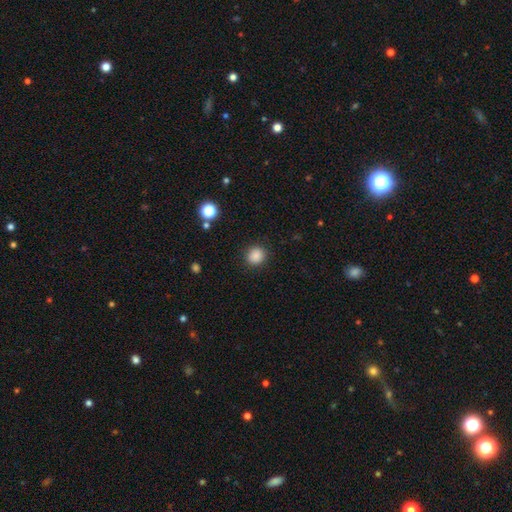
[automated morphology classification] A smooth galaxy with no disk features (87%) that is round (83%).

Vote fractions:
- Smooth or featured? smooth: 87% / star or artifact: 10% / featured or disk: 3%
- How rounded? round: 83% / in between: 16% / cigar-shaped: 1%
- Merging? none: 89% / minor disturbance: 7% / major disturbance: 3% / merger: 1%